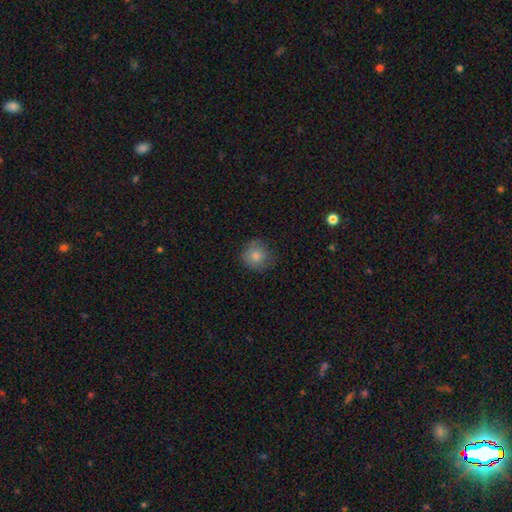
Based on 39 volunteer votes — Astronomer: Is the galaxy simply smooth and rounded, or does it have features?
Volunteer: smooth — 85%.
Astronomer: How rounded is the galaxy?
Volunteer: round — 91%.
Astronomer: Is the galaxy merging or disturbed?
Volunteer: none — 86%.